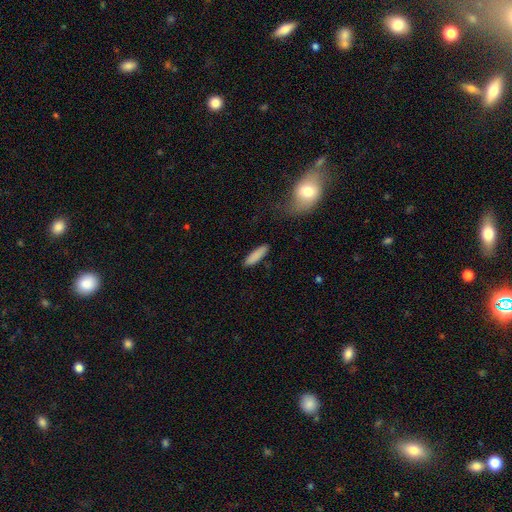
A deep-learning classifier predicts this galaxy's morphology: type=smooth (86%); roundness=cigar-shaped (71%); merging=none (87%).